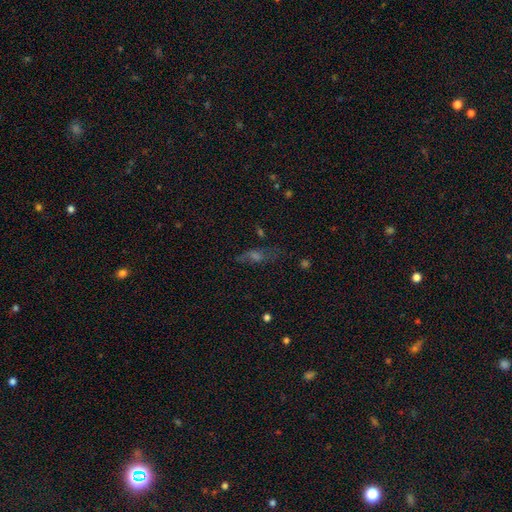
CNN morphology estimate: This is marginally a featured or disk galaxy (37%). Merging: likely none (66%).